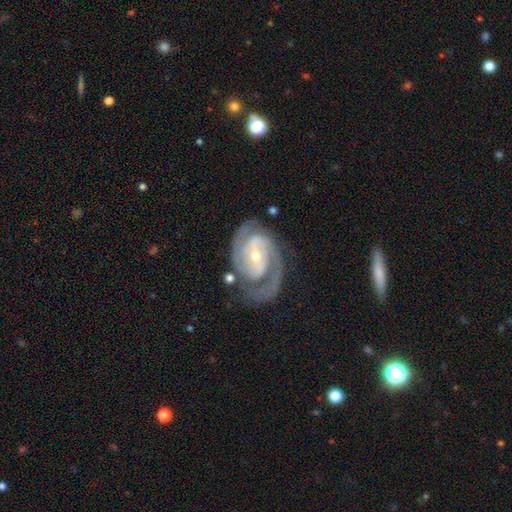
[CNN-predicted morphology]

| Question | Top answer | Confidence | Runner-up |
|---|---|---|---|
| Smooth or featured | featured or disk | 91% | smooth (5%) |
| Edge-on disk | no | 97% | yes (3%) |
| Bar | weak | 39% | no (36%) |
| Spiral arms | yes | 97% | no (3%) |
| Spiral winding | tight | 53% | medium (40%) |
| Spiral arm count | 2 | 78% | 3 (9%) |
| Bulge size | small | 56% | moderate (40%) |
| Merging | none | 70% | minor disturbance (17%) |